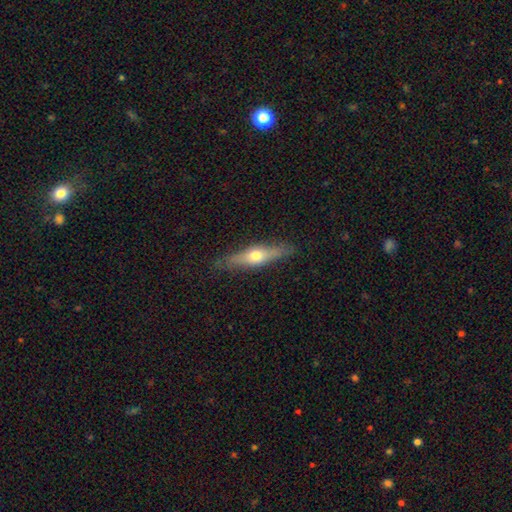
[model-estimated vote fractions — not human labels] smooth_or_featured: featured or disk (p=0.49) [alt: smooth p=0.45]
merging: none (p=0.84) [alt: minor disturbance p=0.12]